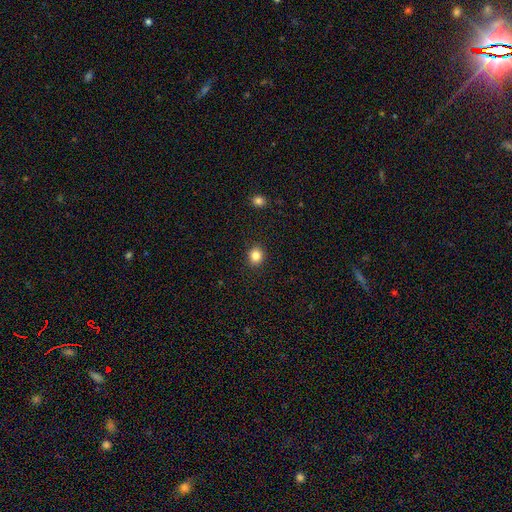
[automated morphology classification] Smooth or featured? smooth (84%)
How rounded? round (74%)
Merging? none (91%)